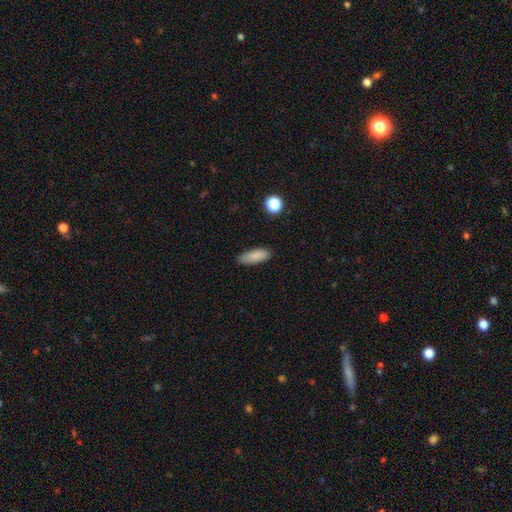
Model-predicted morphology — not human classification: smooth_or_featured: smooth (p=0.86) [alt: star or artifact p=0.08]
how_rounded: in between (p=0.62) [alt: cigar-shaped p=0.36]
merging: none (p=0.85) [alt: minor disturbance p=0.11]